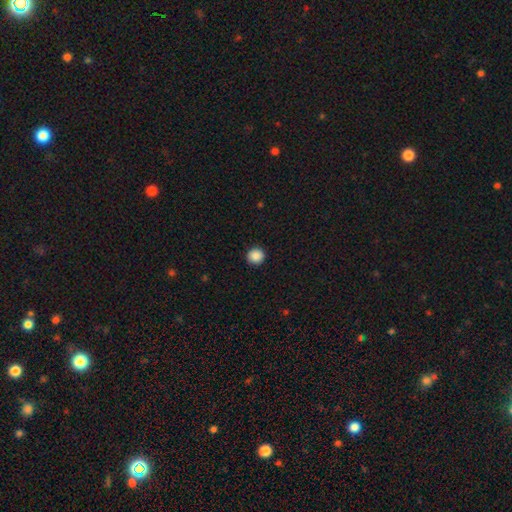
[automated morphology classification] type=smooth (88%); roundness=round (94%); merging=none (92%).